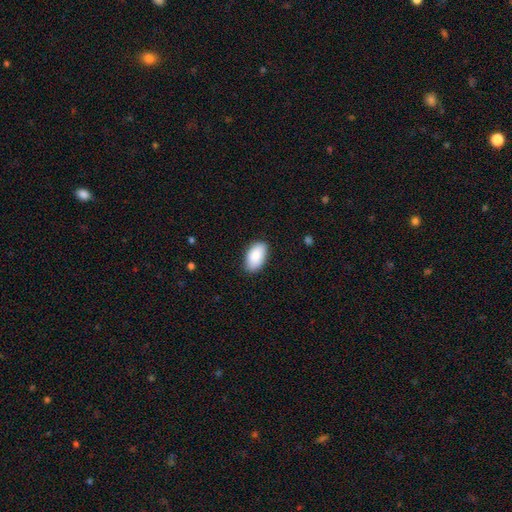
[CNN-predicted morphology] Smooth or featured?
  - smooth: 89% *
  - star or artifact: 6%
  - featured or disk: 5%
How rounded?
  - in between: 95% *
  - round: 3%
  - cigar-shaped: 2%
Merging?
  - none: 86% *
  - minor disturbance: 11%
  - major disturbance: 2%
  - merger: 1%